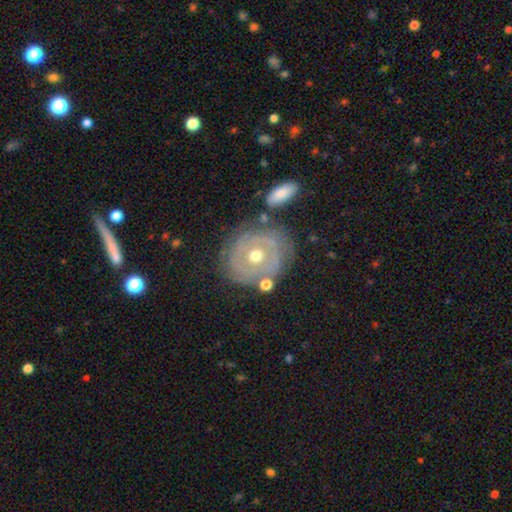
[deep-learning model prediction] smooth_or_featured: featured or disk (p=0.78) [alt: smooth p=0.15]
disk_edge_on: no (p=0.96) [alt: yes p=0.04]
bar: no (p=0.79) [alt: weak p=0.16]
has_spiral_arms: yes (p=0.76) [alt: no p=0.24]
spiral_winding: tight (p=0.78) [alt: medium p=0.16]
spiral_arm_count: can't tell (p=0.36) [tied with: 2 p=0.36]
bulge_size: moderate (p=0.72) [alt: small p=0.24]
merging: none (p=0.73) [alt: minor disturbance p=0.16]